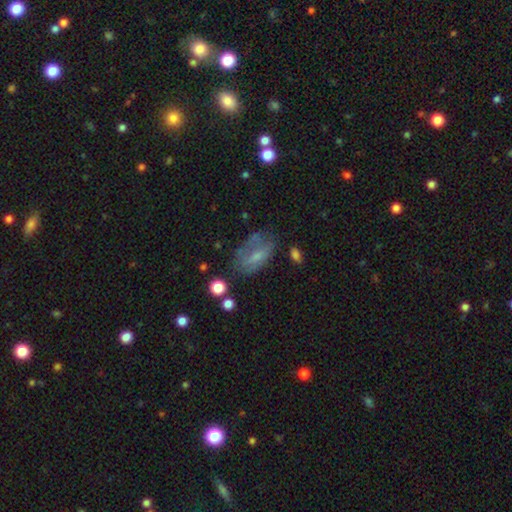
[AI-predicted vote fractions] smooth_or_featured: smooth (p=0.50) [alt: featured or disk p=0.40]
merging: none (p=0.51) [alt: minor disturbance p=0.27]